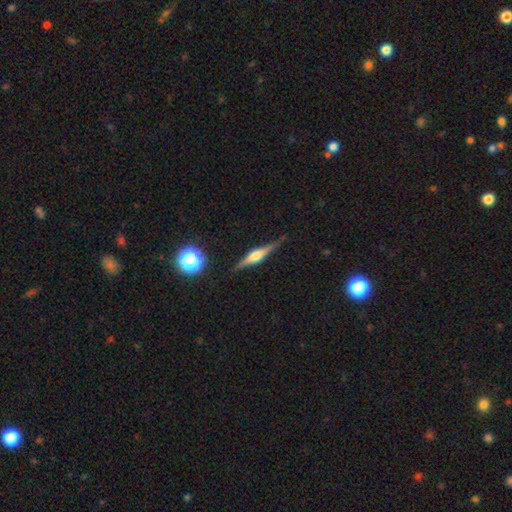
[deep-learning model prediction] featured or disk 79%, smooth 14%, star or artifact 7%. Down the decision tree: edge-on disk — yes (98%); edge-on bulge — rounded (84%); merging — none (88%).